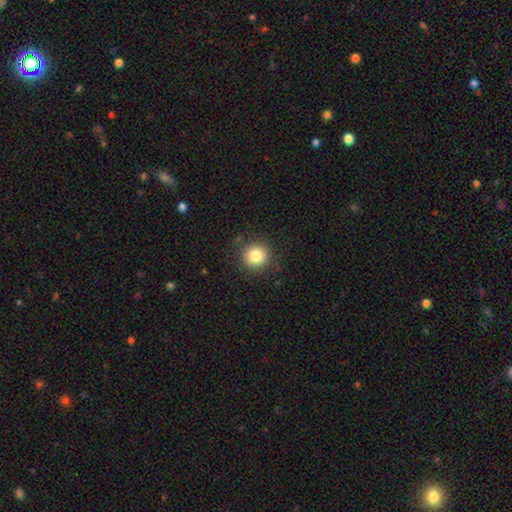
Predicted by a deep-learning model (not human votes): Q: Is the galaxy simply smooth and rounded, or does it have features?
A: smooth — 83%.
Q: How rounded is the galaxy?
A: round — 94%.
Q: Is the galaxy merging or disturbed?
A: none — 87%.